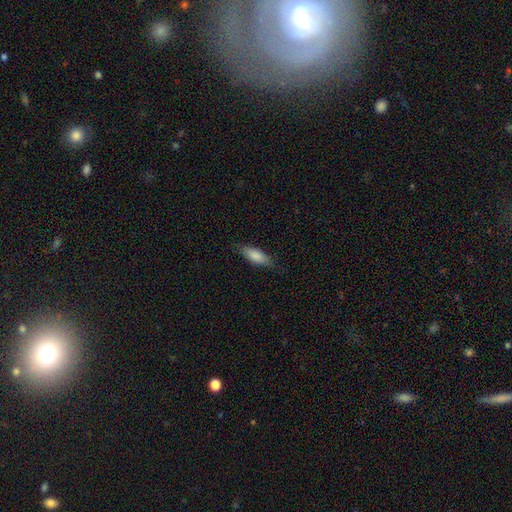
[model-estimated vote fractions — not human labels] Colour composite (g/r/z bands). It shows a smooth galaxy with no disk features (85%) that is in between round and cigar-shaped (68%). Merging: none (81%).